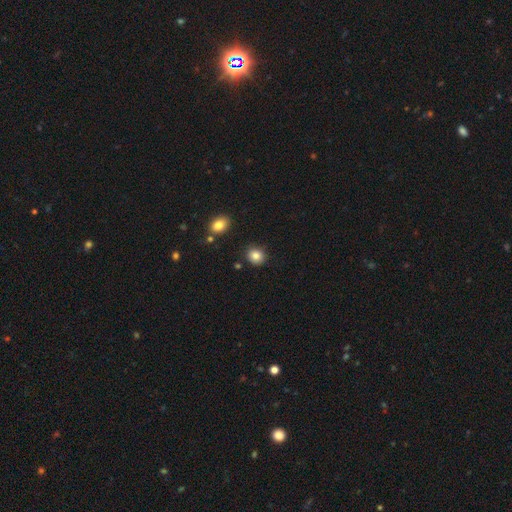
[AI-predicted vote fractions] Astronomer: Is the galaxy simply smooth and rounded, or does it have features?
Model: smooth — 84%.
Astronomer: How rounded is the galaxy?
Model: round — 77%.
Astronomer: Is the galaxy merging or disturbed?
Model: none — 87%.